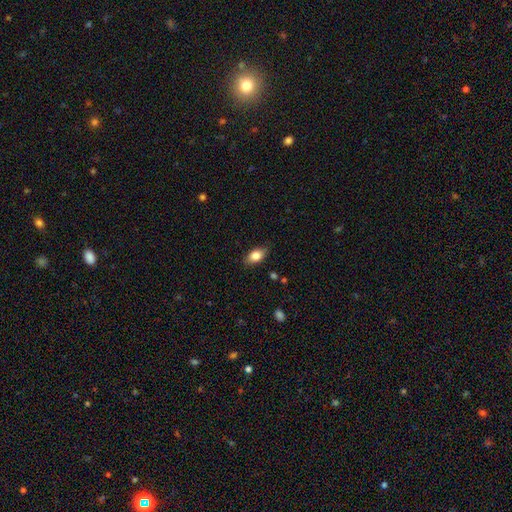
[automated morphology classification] A smooth galaxy with no disk features (82%) that is in between round and cigar-shaped (88%). Merging: none (83%).